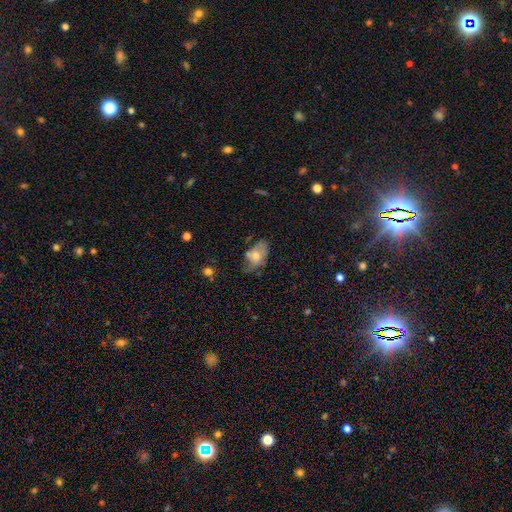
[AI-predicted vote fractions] A smooth galaxy with no disk features (60%) that is in between round and cigar-shaped (87%). Merging: none (39%).